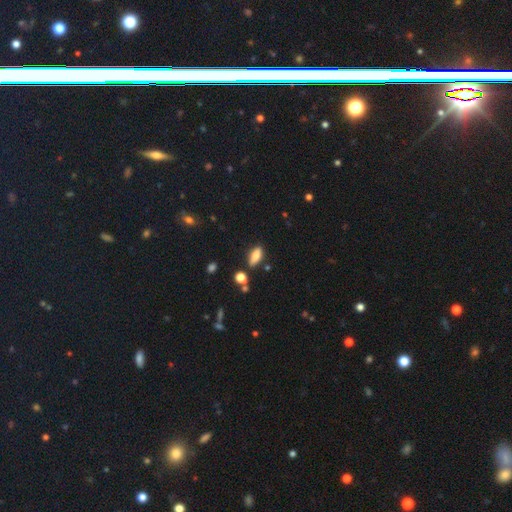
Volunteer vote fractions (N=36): smooth 78%, featured or disk 19%, star or artifact 3%. Down the decision tree: how rounded — in between (71%); merging — none (71%).